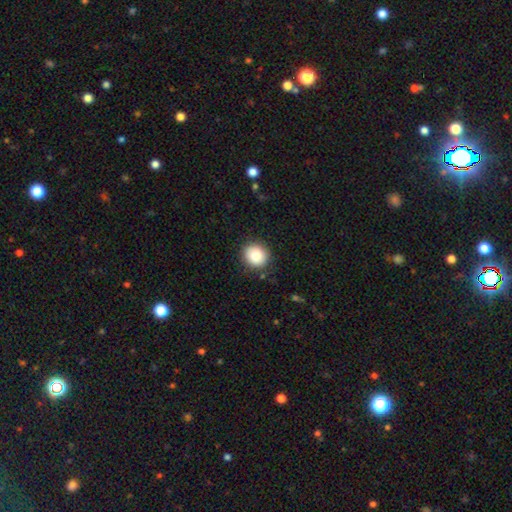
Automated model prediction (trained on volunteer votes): Q: Smooth or featured?
A: smooth (87%); runner-up: star or artifact (8%)
Q: How rounded?
A: round (82%); runner-up: in between (18%)
Q: Merging?
A: none (87%); runner-up: minor disturbance (9%)